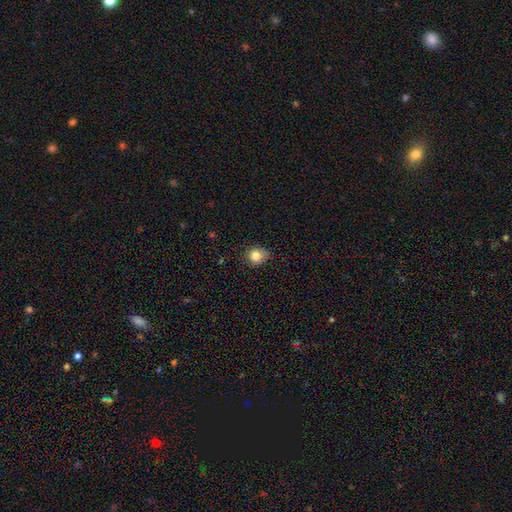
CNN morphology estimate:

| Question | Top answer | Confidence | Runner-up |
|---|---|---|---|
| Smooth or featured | smooth | 83% | star or artifact (11%) |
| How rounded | round | 76% | in between (23%) |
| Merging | none | 76% | minor disturbance (19%) |